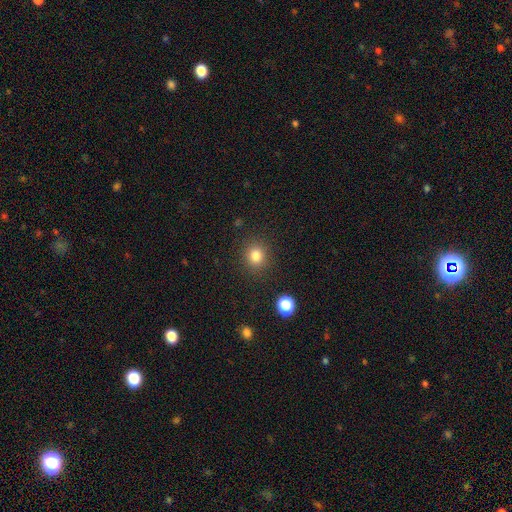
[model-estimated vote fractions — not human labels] Smooth or featured?
  - smooth: 82% *
  - star or artifact: 13%
  - featured or disk: 5%
How rounded?
  - round: 85% *
  - in between: 14%
  - cigar-shaped: 1%
Merging?
  - none: 88% *
  - minor disturbance: 7%
  - major disturbance: 3%
  - merger: 2%